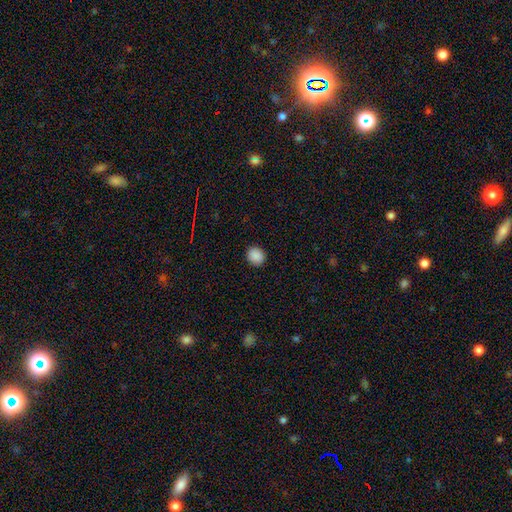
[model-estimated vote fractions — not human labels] A smooth galaxy with no disk features (88%) that is round (80%).

Vote fractions:
- Smooth or featured? smooth: 88% / star or artifact: 9% / featured or disk: 3%
- How rounded? round: 80% / in between: 19% / cigar-shaped: 1%
- Merging? none: 91% / minor disturbance: 6% / major disturbance: 2% / merger: 1%